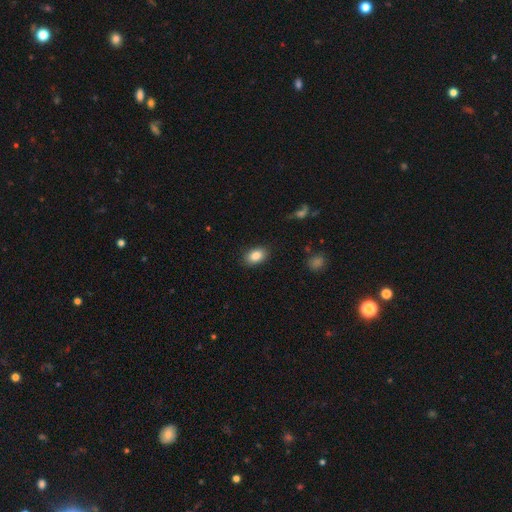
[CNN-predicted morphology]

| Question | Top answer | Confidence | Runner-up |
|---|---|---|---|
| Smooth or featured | smooth | 87% | star or artifact (8%) |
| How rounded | in between | 86% | round (12%) |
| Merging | none | 87% | minor disturbance (10%) |